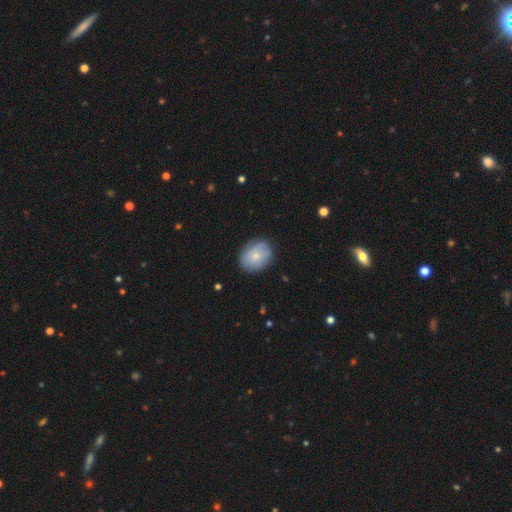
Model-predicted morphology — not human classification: type=smooth (68%); roundness=in between (58%); merging=none (80%).